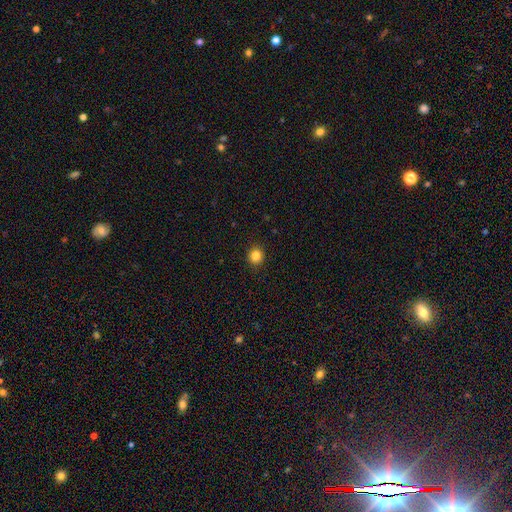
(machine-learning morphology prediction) type=smooth (84%); roundness=round (86%); merging=none (92%).